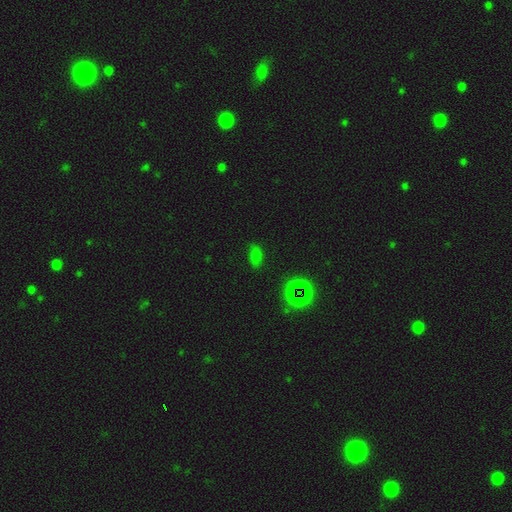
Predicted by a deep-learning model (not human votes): This appears to be a smooth galaxy with no disk features (64%) that is in between round and cigar-shaped (85%). Merging: none (74%).